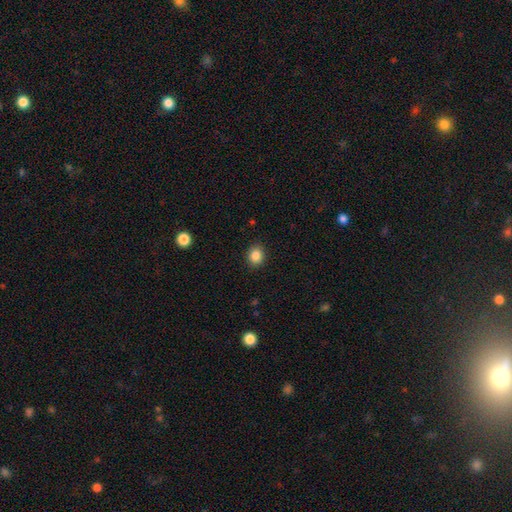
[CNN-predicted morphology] smooth-or-featured: smooth: 85% | star or artifact: 10% | featured or disk: 5%
  how-rounded: round: 66% | in between: 33% | cigar-shaped: 1%
  merging: none: 90% | minor disturbance: 7% | major disturbance: 2% | merger: 1%